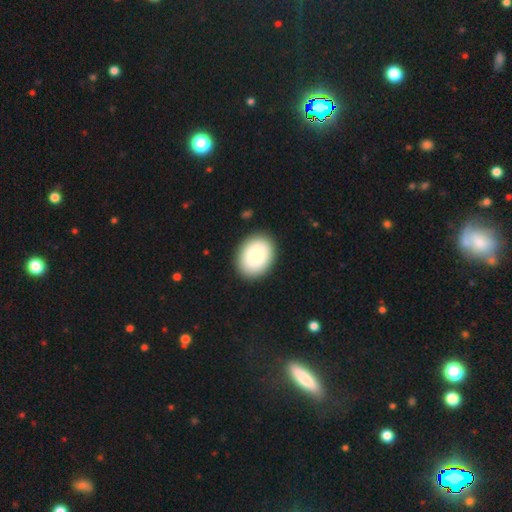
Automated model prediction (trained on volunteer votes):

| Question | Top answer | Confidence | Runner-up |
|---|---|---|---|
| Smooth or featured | smooth | 84% | featured or disk (10%) |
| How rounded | in between | 64% | round (35%) |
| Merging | none | 89% | minor disturbance (7%) |